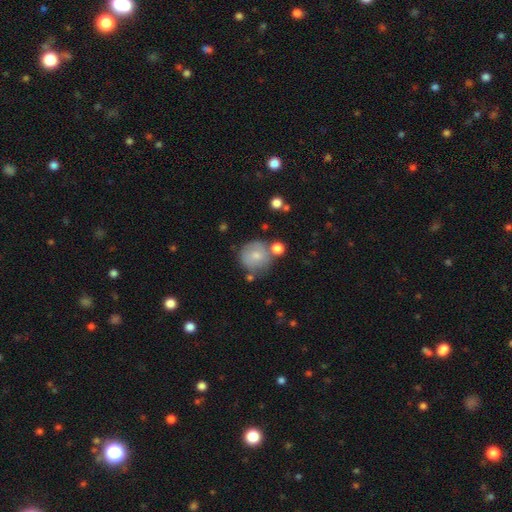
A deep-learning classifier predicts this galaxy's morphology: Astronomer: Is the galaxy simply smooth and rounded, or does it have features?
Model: smooth — 71%.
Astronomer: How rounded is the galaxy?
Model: round — 91%.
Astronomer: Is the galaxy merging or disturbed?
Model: none — 61%.